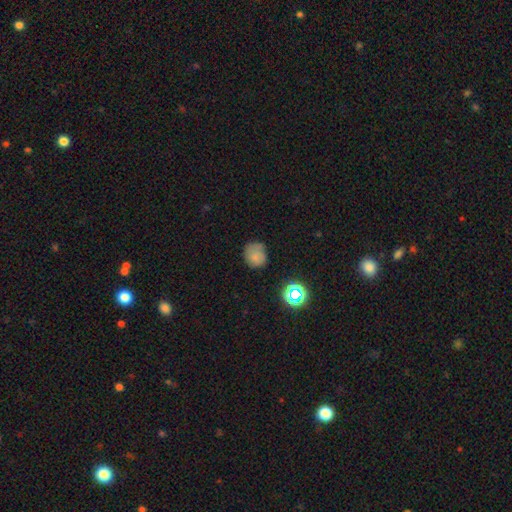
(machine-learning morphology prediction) Smooth or featured? Predicted: smooth (p=0.69). How rounded? Predicted: round (p=0.79). Merging? Predicted: none (p=0.59).